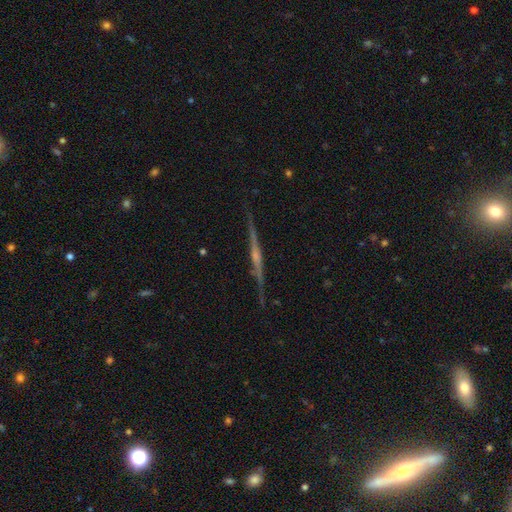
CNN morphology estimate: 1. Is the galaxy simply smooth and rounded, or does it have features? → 82% featured or disk, 11% smooth, 7% star or artifact.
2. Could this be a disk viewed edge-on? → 98% yes, 2% no.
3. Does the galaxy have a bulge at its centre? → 66% rounded, 21% none, 13% boxy.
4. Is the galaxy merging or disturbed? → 87% none, 10% minor disturbance, 2% major disturbance, 1% merger.